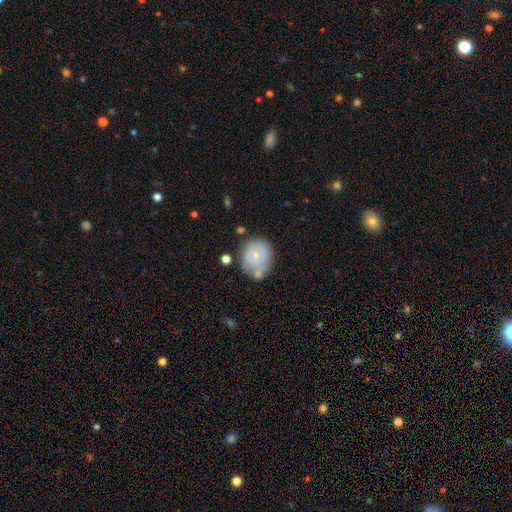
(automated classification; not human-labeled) This is likely a smooth galaxy (63%). How rounded: likely round (79%). Merging: possibly none (56%).